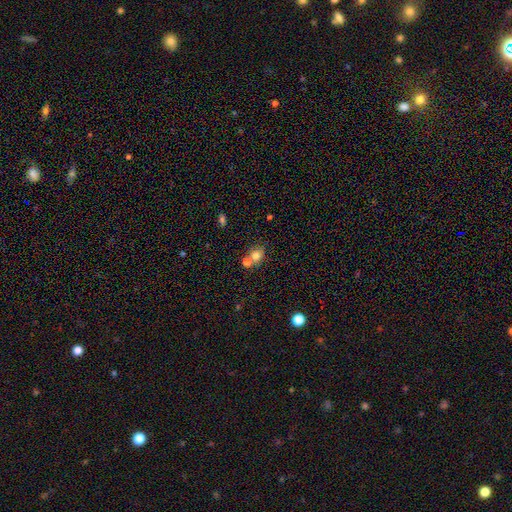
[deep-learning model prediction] Smooth or featured? Predicted: smooth (p=0.75). How rounded? Predicted: round (p=0.64). Merging? Predicted: none (p=0.51).